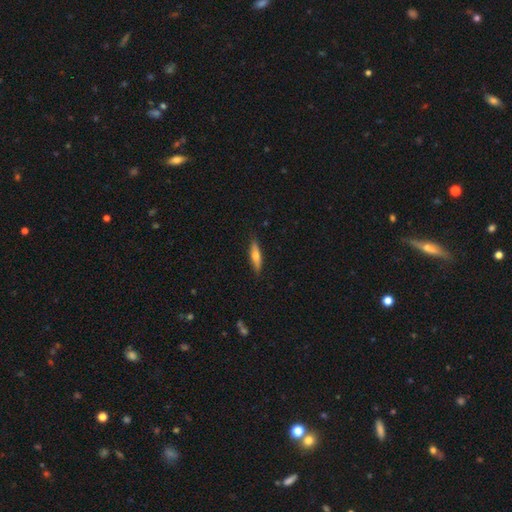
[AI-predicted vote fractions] smooth 52%, featured or disk 42%, star or artifact 6%. Down the decision tree: how rounded — cigar-shaped (73%); merging — none (88%).